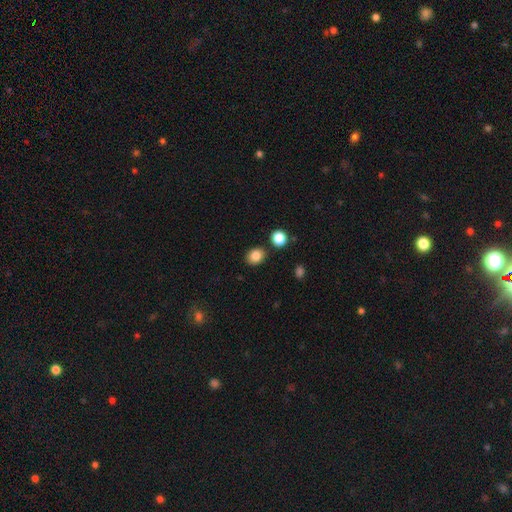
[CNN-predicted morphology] A smooth galaxy with no disk features (85%) that is round (60%). Merging: none (83%).